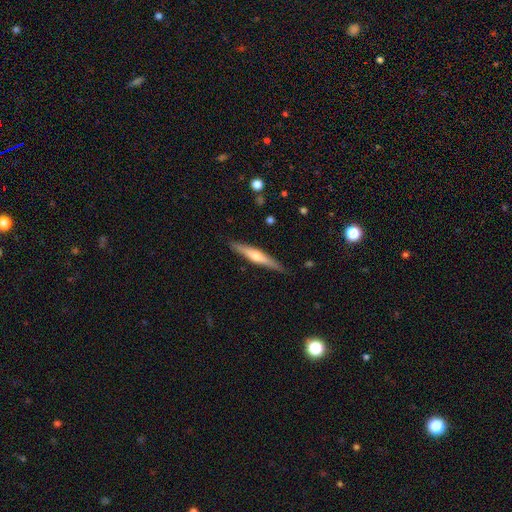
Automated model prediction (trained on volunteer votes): smooth-or-featured: featured or disk: 56% | smooth: 38% | star or artifact: 5%
  disk-edge-on: yes: 96% | no: 4%
    edge-on-bulge: rounded: 78% | none: 14% | boxy: 8%
  merging: none: 88% | minor disturbance: 9% | major disturbance: 2% | merger: 1%